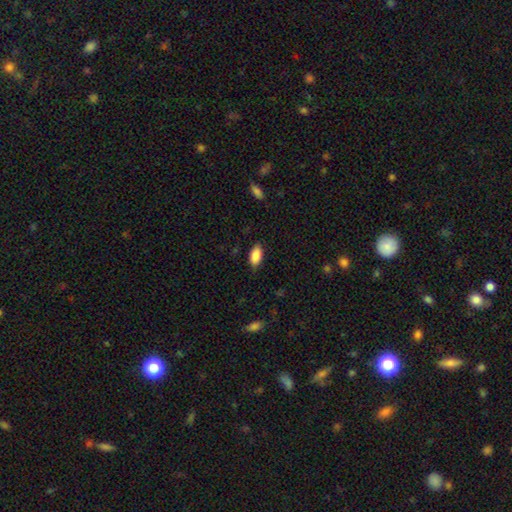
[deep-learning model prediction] smooth 88%, star or artifact 7%, featured or disk 5%. Down the decision tree: how rounded — in between (92%); merging — none (84%).